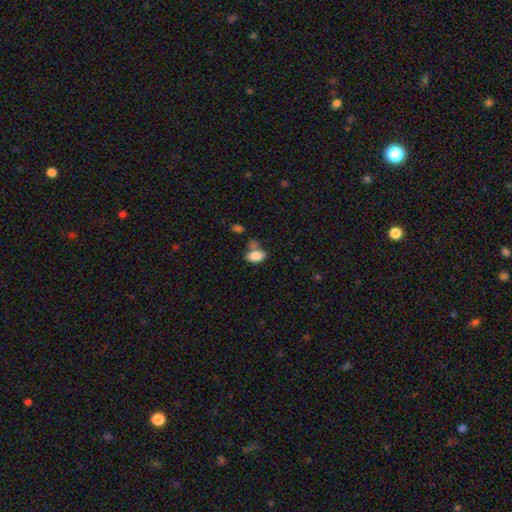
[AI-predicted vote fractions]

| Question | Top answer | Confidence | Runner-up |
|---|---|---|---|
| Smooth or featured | smooth | 84% | star or artifact (8%) |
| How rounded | in between | 91% | round (6%) |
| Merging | none | 46% | merger (25%) |